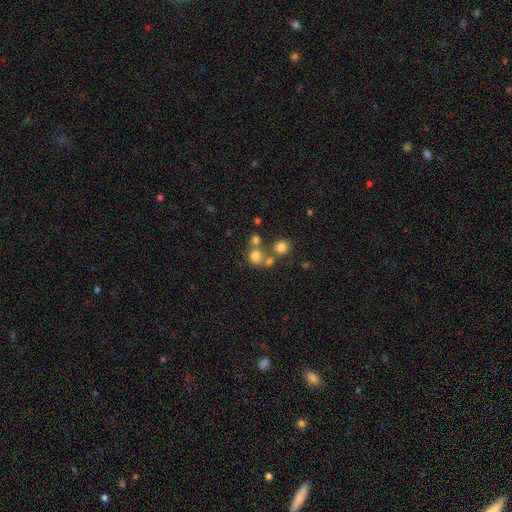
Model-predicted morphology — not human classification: A smooth galaxy with no disk features (72%) that is round (82%). Merging: none (53%).